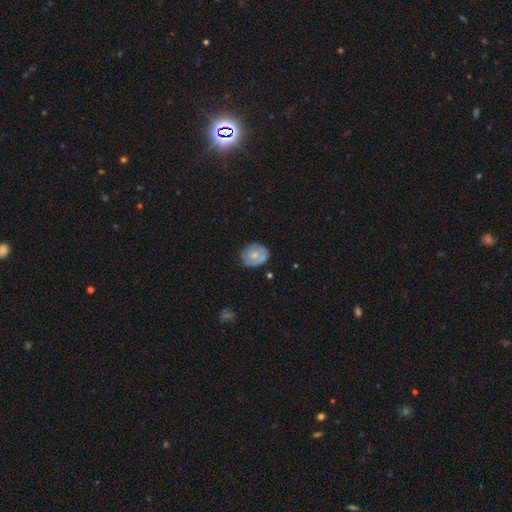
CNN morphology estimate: type=smooth (52%); roundness=round (67%); merging=none (69%).